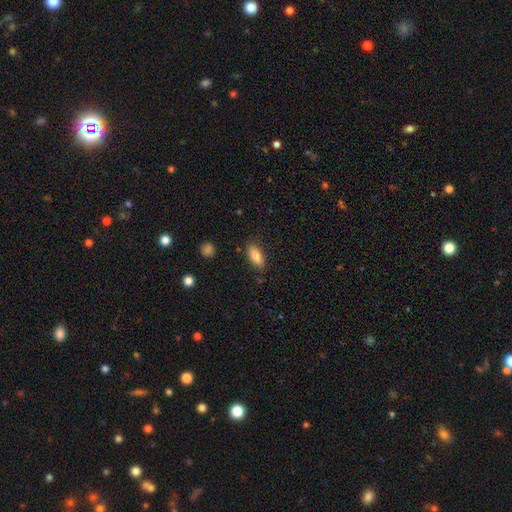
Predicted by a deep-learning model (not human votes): Smooth or featured?
  - smooth: 83% *
  - featured or disk: 10%
  - star or artifact: 7%
How rounded?
  - in between: 75% *
  - cigar-shaped: 22%
  - round: 2%
Merging?
  - none: 83% *
  - minor disturbance: 12%
  - major disturbance: 3%
  - merger: 2%